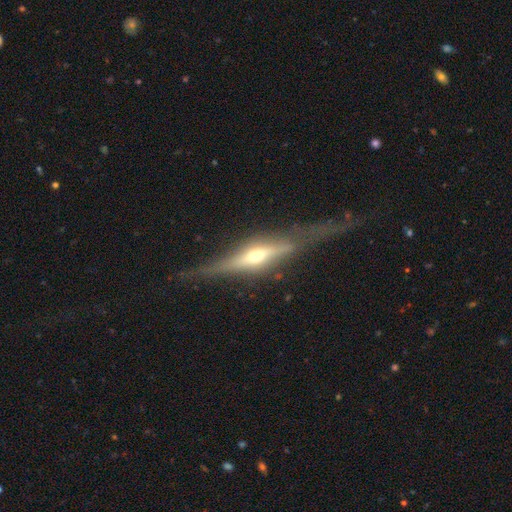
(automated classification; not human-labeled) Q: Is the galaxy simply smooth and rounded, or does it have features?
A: featured or disk — 80%.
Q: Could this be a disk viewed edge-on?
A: yes — 95%.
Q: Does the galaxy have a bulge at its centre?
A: rounded — 90%.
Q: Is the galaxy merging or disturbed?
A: none — 77%.